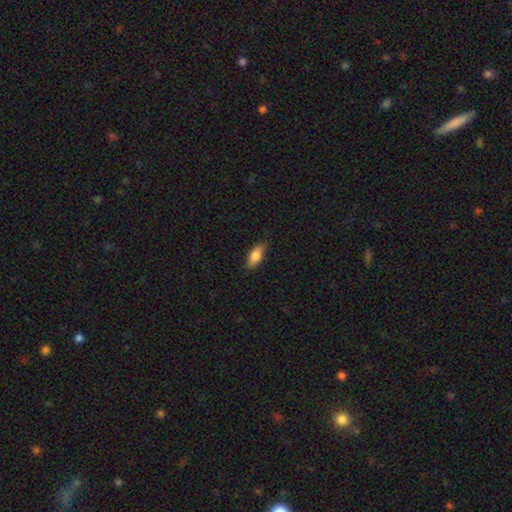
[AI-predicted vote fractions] Q: Smooth or featured?
A: smooth (82%); runner-up: featured or disk (12%)
Q: How rounded?
A: in between (82%); runner-up: cigar-shaped (16%)
Q: Merging?
A: none (86%); runner-up: minor disturbance (11%)